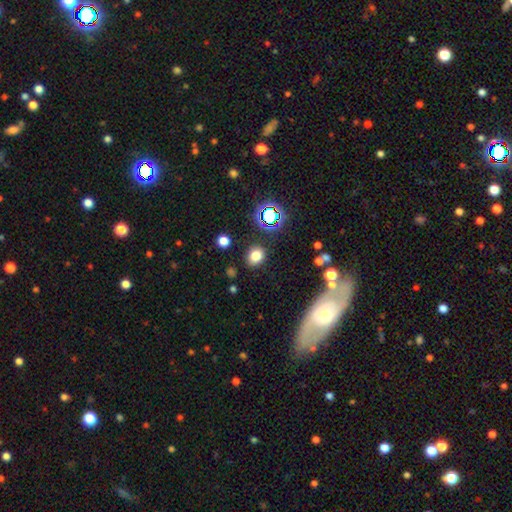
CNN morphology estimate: Q: Smooth or featured?
A: smooth (76%); runner-up: star or artifact (17%)
Q: How rounded?
A: round (57%); runner-up: in between (42%)
Q: Merging?
A: none (85%); runner-up: minor disturbance (9%)